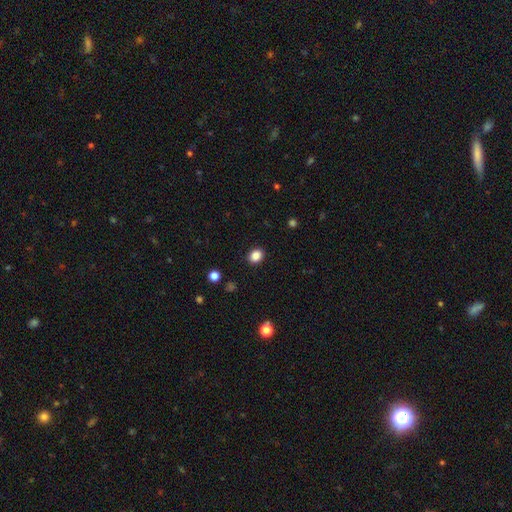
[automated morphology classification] Smooth or featured? smooth (87%)
How rounded? round (52%)
Merging? none (90%)